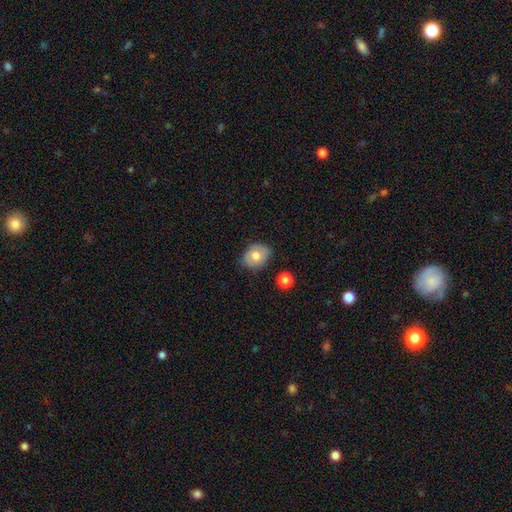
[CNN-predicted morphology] This is likely a smooth galaxy (69%). How rounded: possibly in between (56%). Merging: likely none (77%).